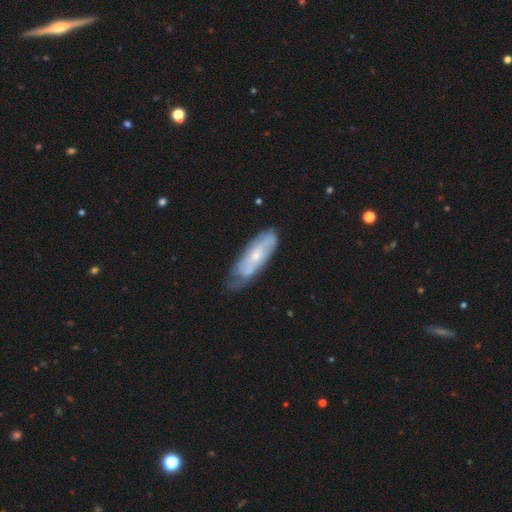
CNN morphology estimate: The model was most divided on "smooth or featured": featured or disk: 60%, smooth: 34%, star or artifact: 7%. More confident: edge-on disk — no (78%); merging — none (58%).